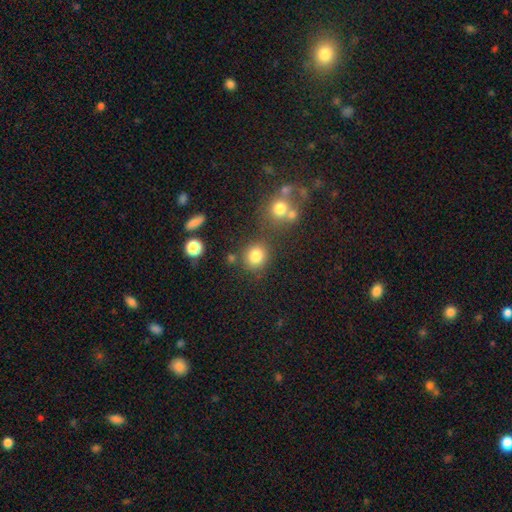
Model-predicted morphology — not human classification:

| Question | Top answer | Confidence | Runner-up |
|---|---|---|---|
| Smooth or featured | smooth | 81% | star or artifact (13%) |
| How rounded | round | 81% | in between (18%) |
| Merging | none | 74% | merger (11%) |